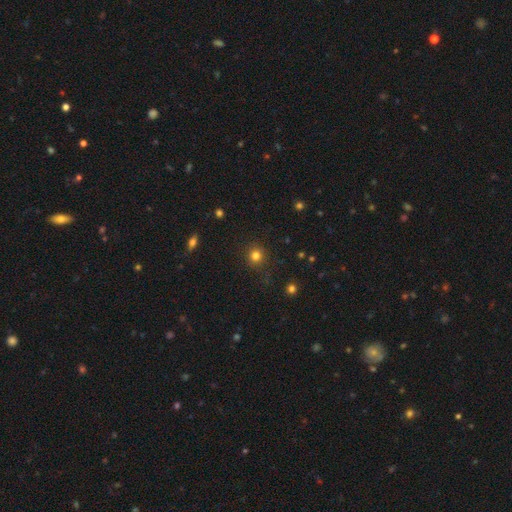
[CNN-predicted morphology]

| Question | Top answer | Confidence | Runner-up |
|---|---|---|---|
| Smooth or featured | smooth | 80% | star or artifact (15%) |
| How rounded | round | 92% | in between (7%) |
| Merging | none | 88% | minor disturbance (8%) |